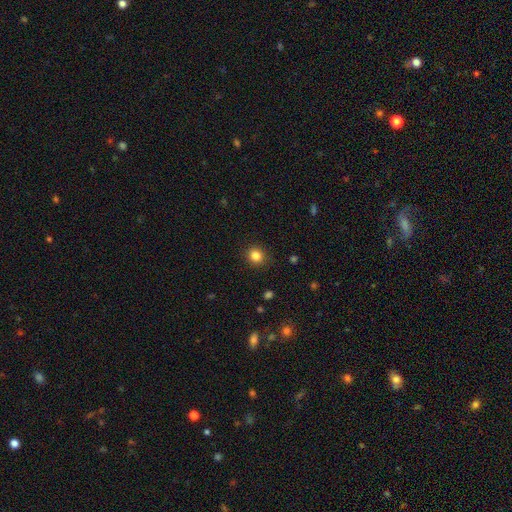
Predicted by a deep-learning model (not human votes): This is clearly a smooth galaxy (84%). How rounded: clearly round (87%). Merging: clearly none (90%).